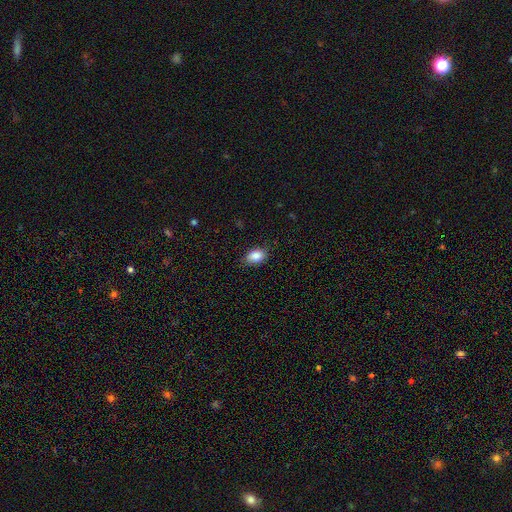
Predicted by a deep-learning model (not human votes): smooth_or_featured: smooth (p=0.86) [alt: star or artifact p=0.08]
how_rounded: in between (p=0.84) [alt: round p=0.14]
merging: none (p=0.82) [alt: minor disturbance p=0.14]